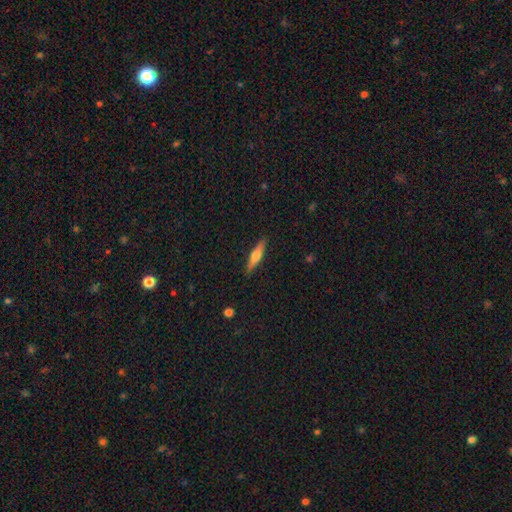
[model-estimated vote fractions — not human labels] The model was most divided on "smooth or featured": featured or disk: 48%, smooth: 46%, star or artifact: 6%. More confident: merging — none (89%).